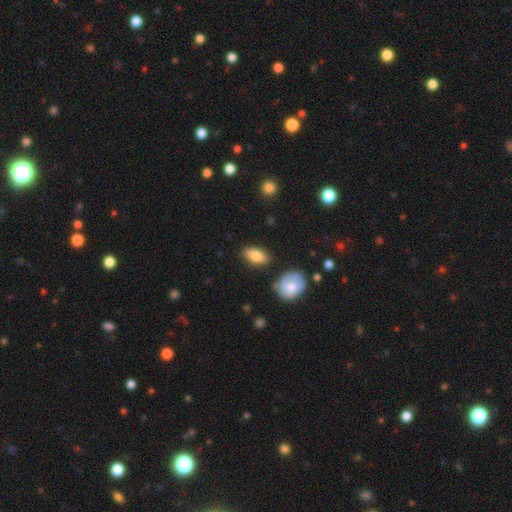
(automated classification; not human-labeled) smooth_or_featured: smooth (p=0.84) [alt: featured or disk p=0.09]
how_rounded: in between (p=0.89) [alt: cigar-shaped p=0.07]
merging: none (p=0.83) [alt: minor disturbance p=0.11]